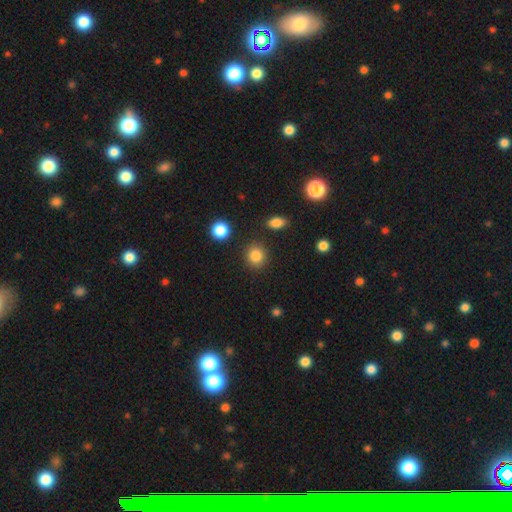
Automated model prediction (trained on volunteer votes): Smooth or featured? Predicted: smooth (p=0.85). How rounded? Predicted: round (p=0.85). Merging? Predicted: none (p=0.88).